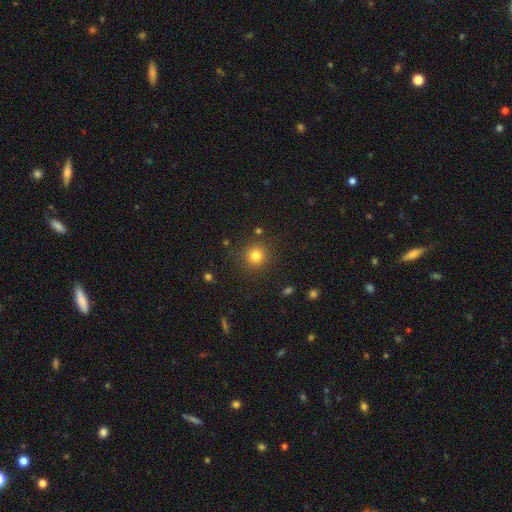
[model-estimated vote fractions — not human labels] The model was most divided on "smooth or featured": smooth: 80%, star or artifact: 14%, featured or disk: 6%. More confident: how rounded — round (93%); merging — none (87%).